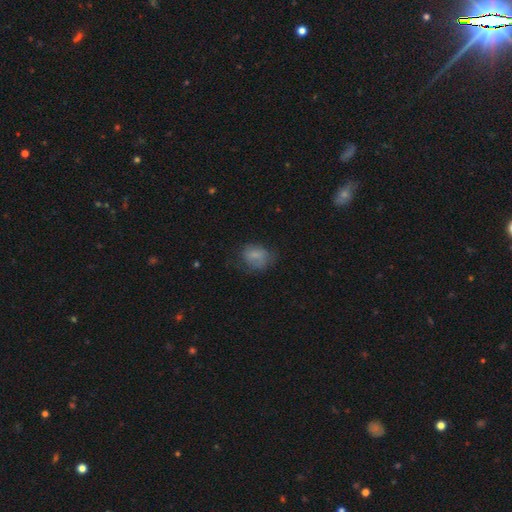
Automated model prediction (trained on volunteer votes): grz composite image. It shows a smooth galaxy with no disk features (75%) that is in between round and cigar-shaped (63%). Merging: none (58%).